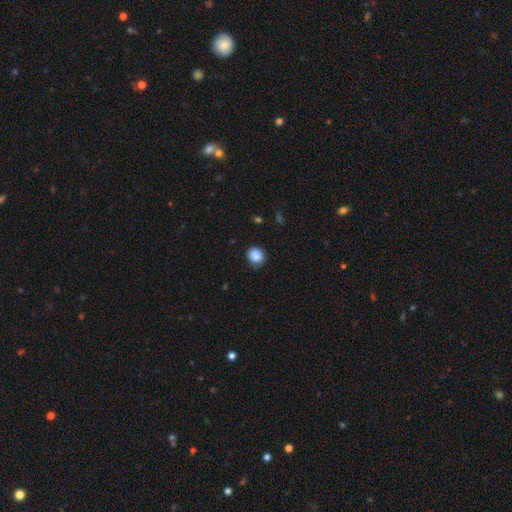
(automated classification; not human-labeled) Smooth or featured? Predicted: smooth (p=0.87). How rounded? Predicted: round (p=0.81). Merging? Predicted: none (p=0.78).